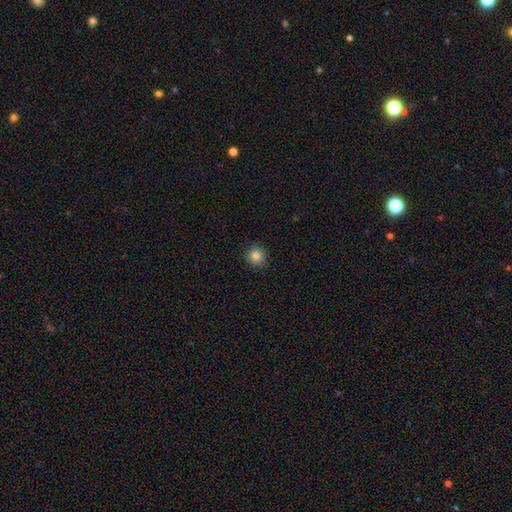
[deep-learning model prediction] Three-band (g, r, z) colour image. It shows a smooth galaxy with no disk features (84%) that is round (92%). Merging: none (90%).